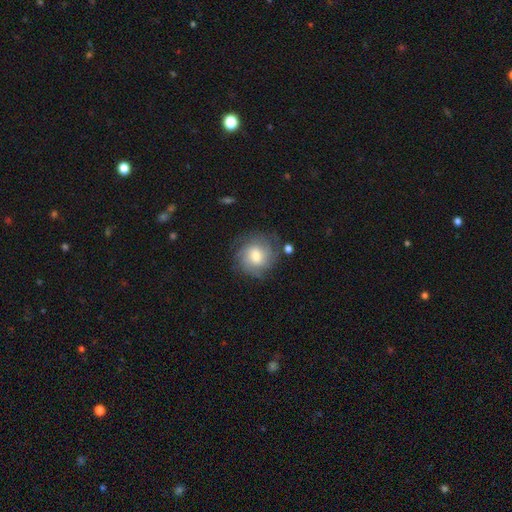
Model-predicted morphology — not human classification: type=featured or disk (48%); merging=none (69%).